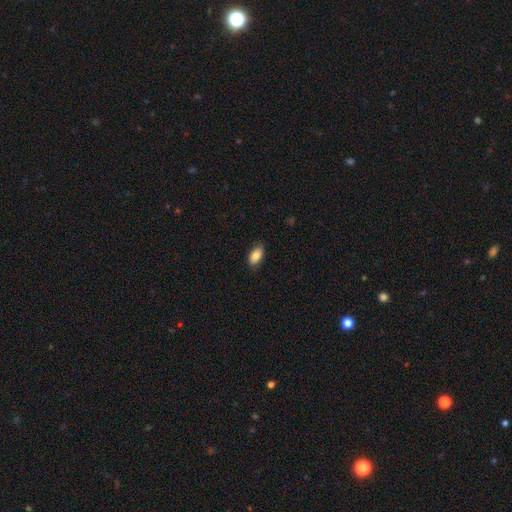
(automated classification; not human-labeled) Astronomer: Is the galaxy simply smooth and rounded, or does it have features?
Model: smooth — 84%.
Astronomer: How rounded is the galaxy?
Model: in between — 93%.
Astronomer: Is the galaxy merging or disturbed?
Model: none — 82%.